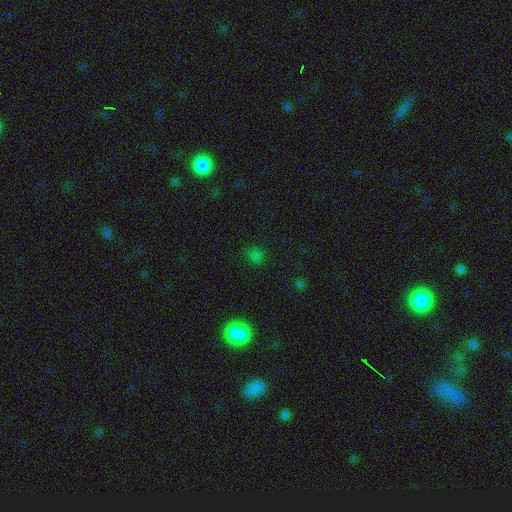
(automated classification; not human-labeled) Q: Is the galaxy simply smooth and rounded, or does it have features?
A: smooth — 68%.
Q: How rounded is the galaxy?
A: round — 77%.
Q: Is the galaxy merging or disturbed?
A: none — 80%.